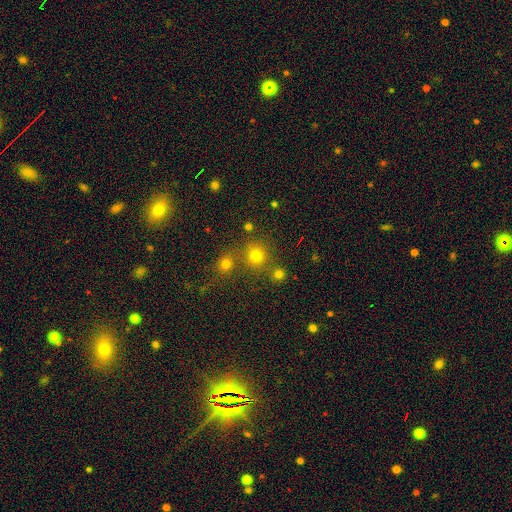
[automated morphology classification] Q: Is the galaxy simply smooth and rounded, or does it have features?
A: smooth — 75%.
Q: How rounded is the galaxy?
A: round — 90%.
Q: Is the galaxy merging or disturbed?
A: none — 69%.